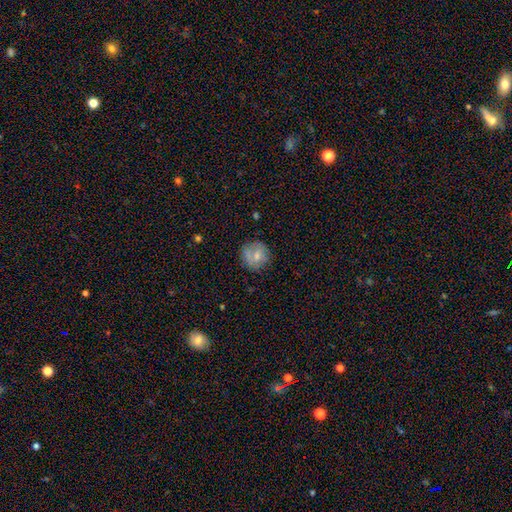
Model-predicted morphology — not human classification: The model was most divided on "smooth or featured": smooth: 67%, featured or disk: 24%, star or artifact: 9%. More confident: how rounded — round (89%); merging — none (74%).